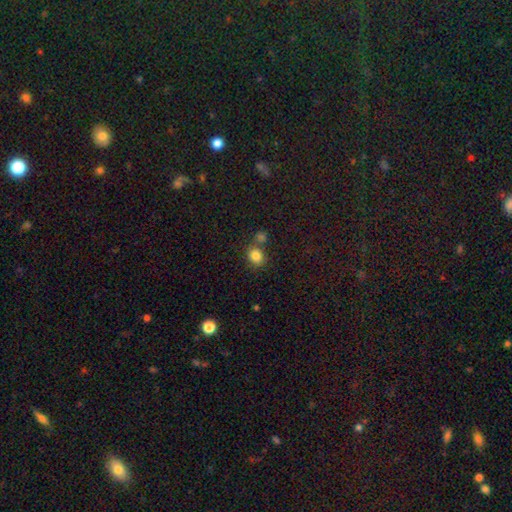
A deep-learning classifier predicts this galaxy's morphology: This appears to be a smooth galaxy with no disk features (82%) that is round (69%). Merging: none (63%).